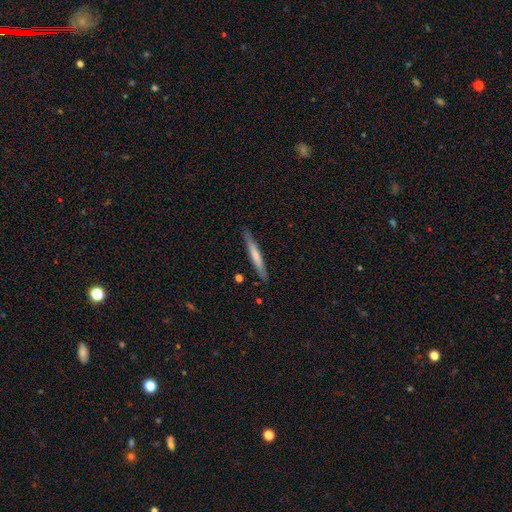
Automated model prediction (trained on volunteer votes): This is likely a smooth galaxy (63%). How rounded: clearly cigar-shaped (95%). Merging: clearly none (87%).